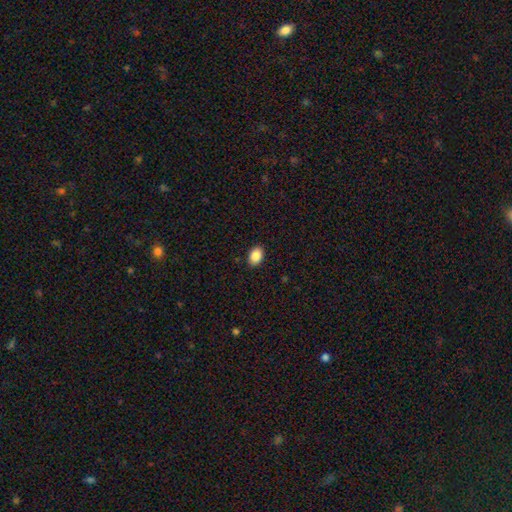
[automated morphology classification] Q: Smooth or featured?
A: smooth (88%); runner-up: star or artifact (8%)
Q: How rounded?
A: in between (84%); runner-up: round (15%)
Q: Merging?
A: none (90%); runner-up: minor disturbance (7%)